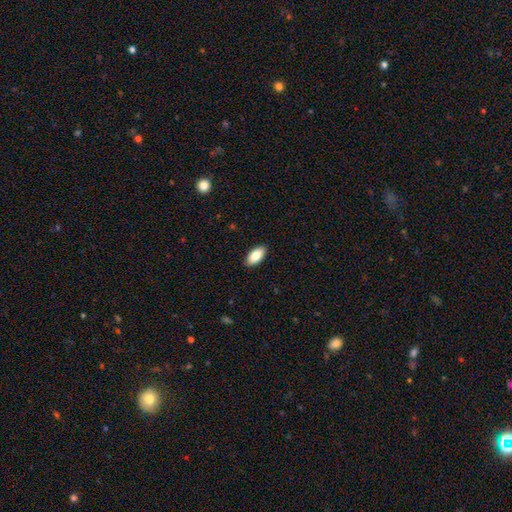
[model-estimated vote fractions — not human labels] smooth-or-featured: smooth: 88% | star or artifact: 6% | featured or disk: 6%
  how-rounded: in between: 93% | cigar-shaped: 5% | round: 2%
  merging: none: 90% | minor disturbance: 8% | major disturbance: 2% | merger: 1%